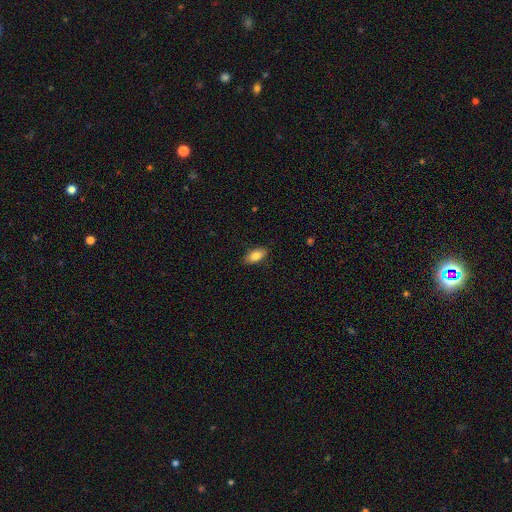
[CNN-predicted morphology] Smooth or featured?
  - smooth: 82% *
  - featured or disk: 11%
  - star or artifact: 7%
How rounded?
  - in between: 90% *
  - cigar-shaped: 7%
  - round: 3%
Merging?
  - none: 87% *
  - minor disturbance: 10%
  - major disturbance: 2%
  - merger: 1%